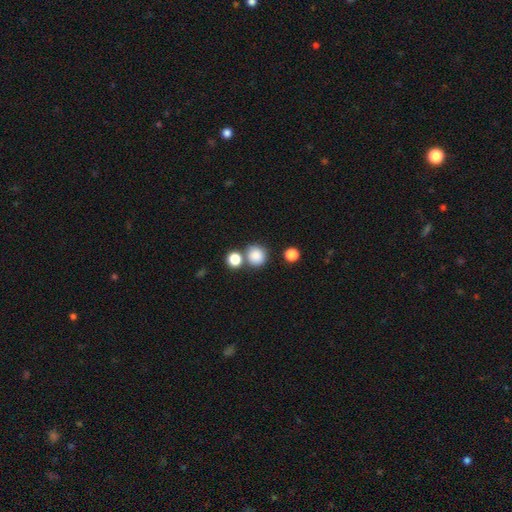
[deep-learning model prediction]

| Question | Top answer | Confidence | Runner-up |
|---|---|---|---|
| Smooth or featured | smooth | 85% | star or artifact (10%) |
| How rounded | round | 90% | in between (9%) |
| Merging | none | 68% | merger (19%) |